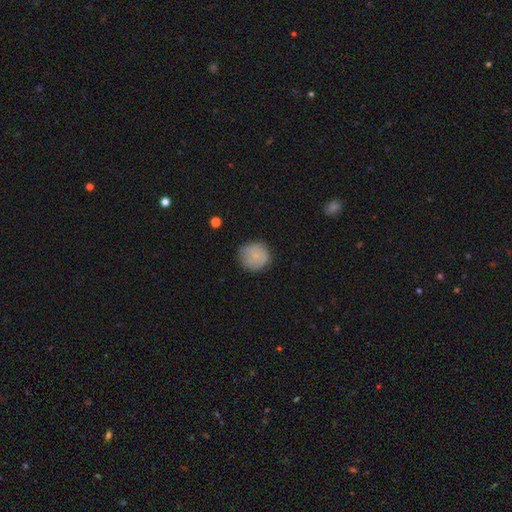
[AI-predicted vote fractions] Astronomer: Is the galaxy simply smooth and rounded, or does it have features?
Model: smooth — 74%.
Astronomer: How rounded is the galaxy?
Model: round — 93%.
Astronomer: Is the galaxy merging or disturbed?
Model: none — 81%.